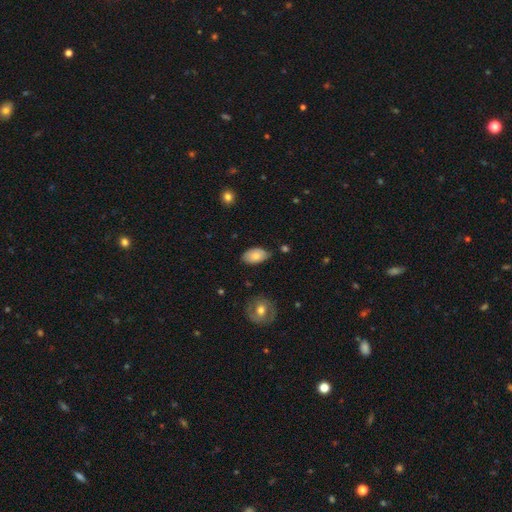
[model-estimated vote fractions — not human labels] Morphology: type=smooth (75%); roundness=in between (93%); merging=none (75%).